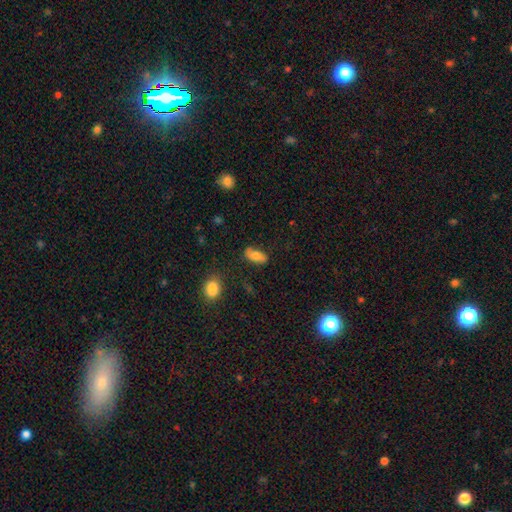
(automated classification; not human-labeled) Morphology: type=smooth (72%); roundness=in between (87%); merging=none (74%).